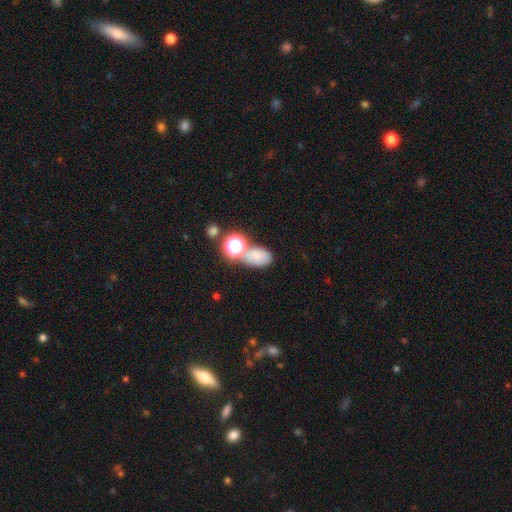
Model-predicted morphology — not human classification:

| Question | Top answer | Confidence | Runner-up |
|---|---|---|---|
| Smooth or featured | smooth | 69% | star or artifact (18%) |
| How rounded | in between | 77% | round (21%) |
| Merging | none | 53% | merger (26%) |